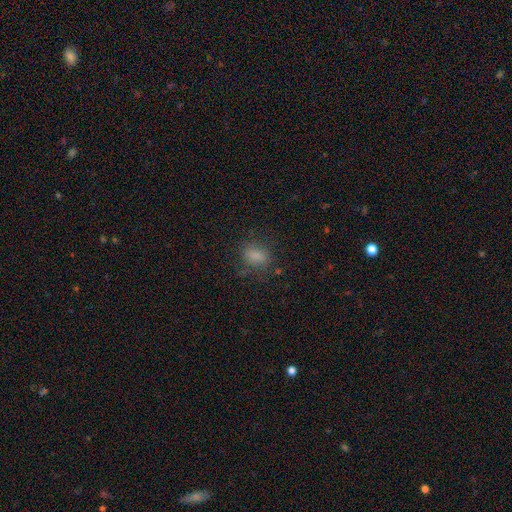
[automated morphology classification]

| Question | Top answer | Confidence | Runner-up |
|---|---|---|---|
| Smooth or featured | smooth | 80% | star or artifact (13%) |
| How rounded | in between | 70% | round (28%) |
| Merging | none | 73% | minor disturbance (17%) |